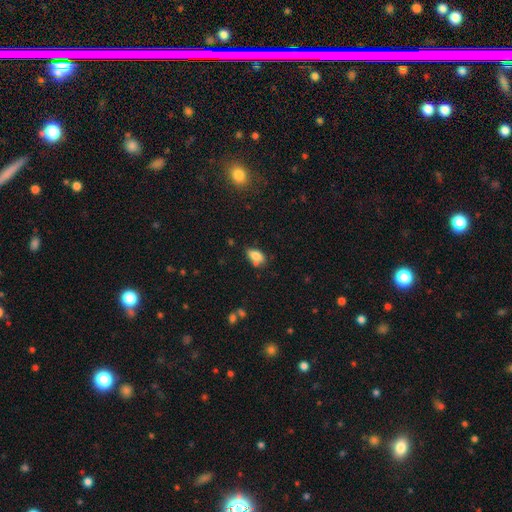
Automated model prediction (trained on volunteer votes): Smooth or featured?
  - smooth: 79% *
  - featured or disk: 12%
  - star or artifact: 9%
How rounded?
  - in between: 89% *
  - round: 8%
  - cigar-shaped: 4%
Merging?
  - none: 54% *
  - minor disturbance: 25%
  - merger: 14%
  - major disturbance: 7%